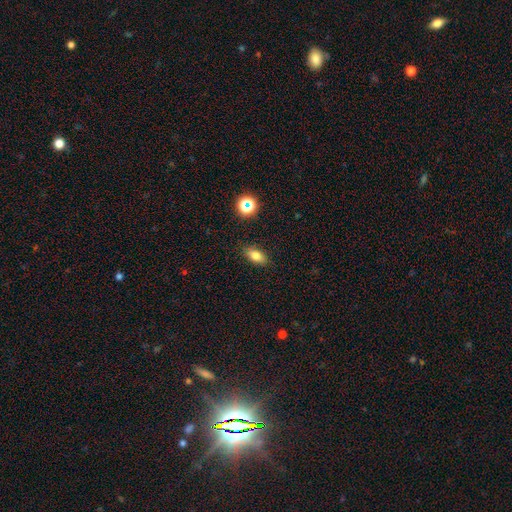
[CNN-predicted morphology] The model was most divided on "smooth or featured": smooth: 79%, star or artifact: 12%, featured or disk: 9%. More confident: merging — none (86%); how rounded — in between (84%).